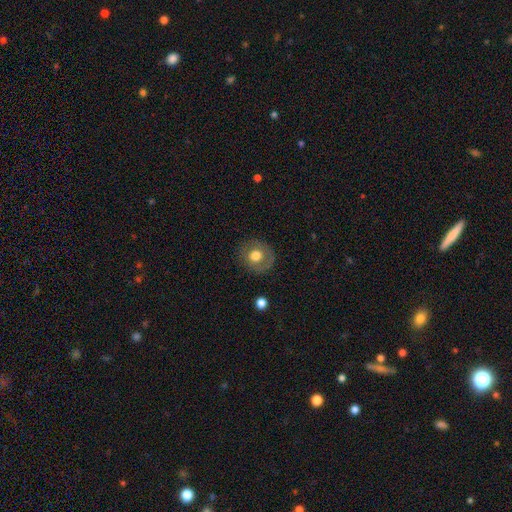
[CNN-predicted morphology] smooth-or-featured: smooth: 63% | featured or disk: 28% | star or artifact: 9%
  how-rounded: round: 81% | in between: 18% | cigar-shaped: 1%
  merging: none: 83% | minor disturbance: 11% | major disturbance: 5% | merger: 1%